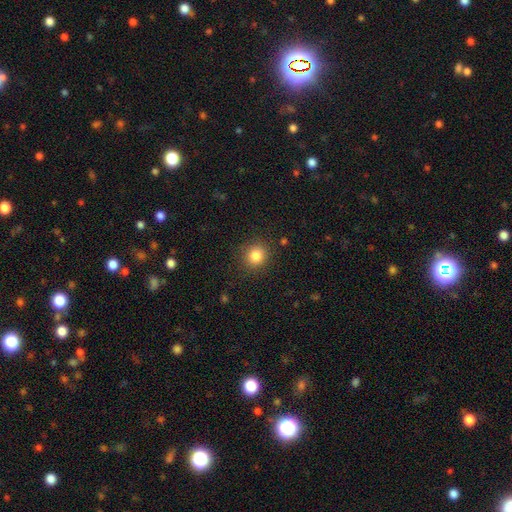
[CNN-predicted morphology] Q: Smooth or featured?
A: smooth (83%); runner-up: star or artifact (11%)
Q: How rounded?
A: round (86%); runner-up: in between (13%)
Q: Merging?
A: none (88%); runner-up: minor disturbance (8%)